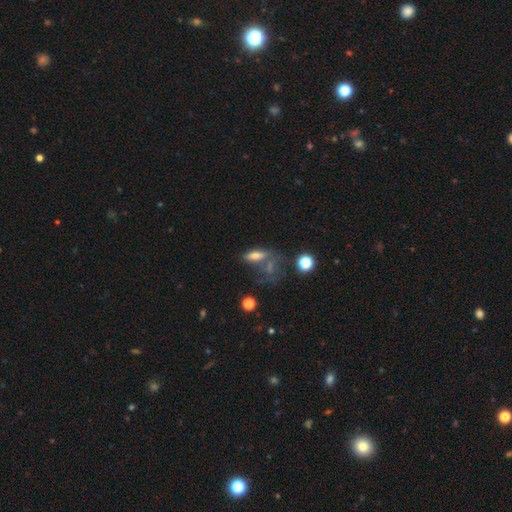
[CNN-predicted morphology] The model was most divided on "how rounded": in between: 54%, cigar-shaped: 35%, round: 11%. Remaining: smooth or featured — smooth (61%); merging — none (46%).